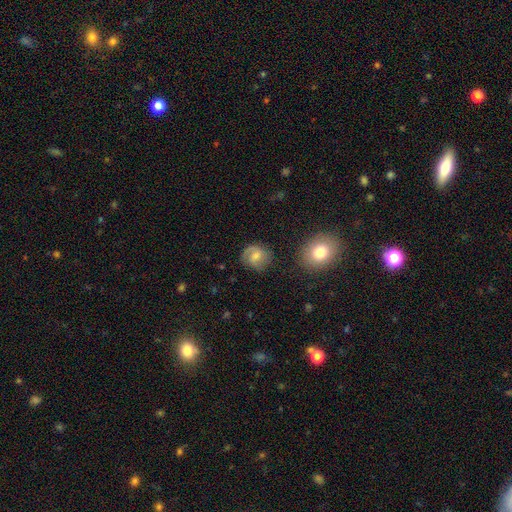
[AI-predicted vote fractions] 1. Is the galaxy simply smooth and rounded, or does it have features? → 50% featured or disk, 41% smooth, 9% star or artifact.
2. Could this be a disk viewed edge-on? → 97% no, 3% yes.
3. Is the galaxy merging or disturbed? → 76% none, 16% minor disturbance, 6% major disturbance, 2% merger.